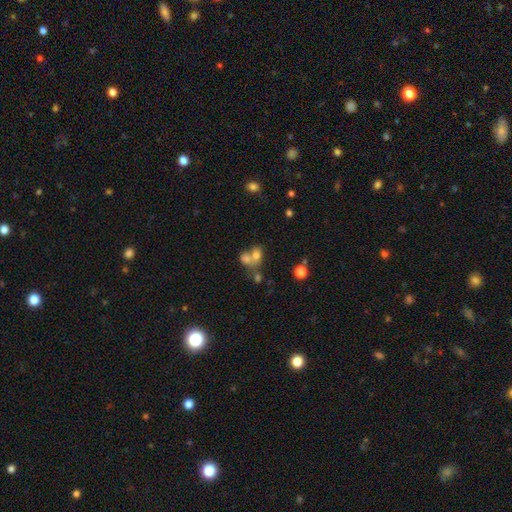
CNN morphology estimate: smooth 68%, featured or disk 17%, star or artifact 14%. Down the decision tree: how rounded — in between (50%); merging — merger (58%).